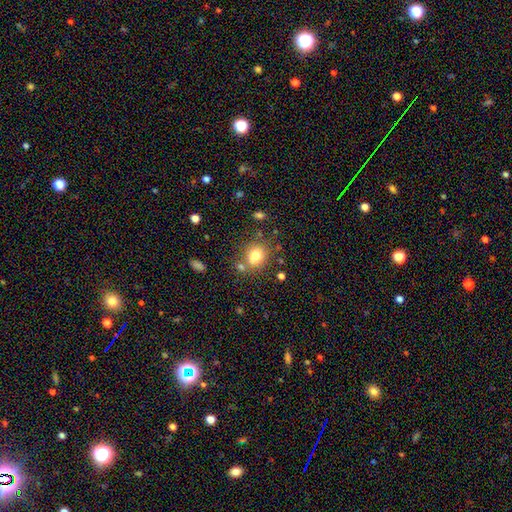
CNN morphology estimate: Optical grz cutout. It shows a smooth galaxy with no disk features (77%) that is round (70%). Merging: none (66%).